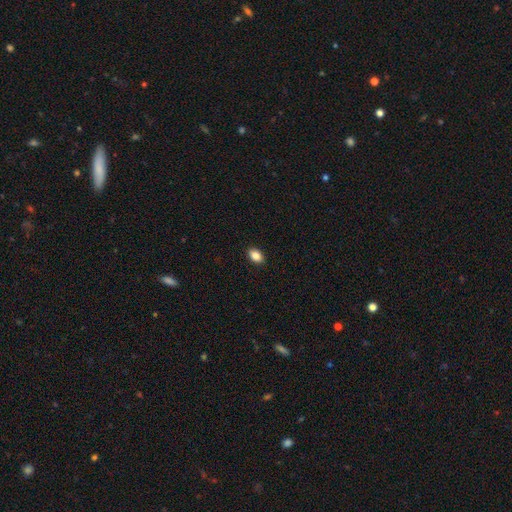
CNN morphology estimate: smooth 86%, star or artifact 8%, featured or disk 5%. Down the decision tree: how rounded — in between (85%); merging — none (91%).